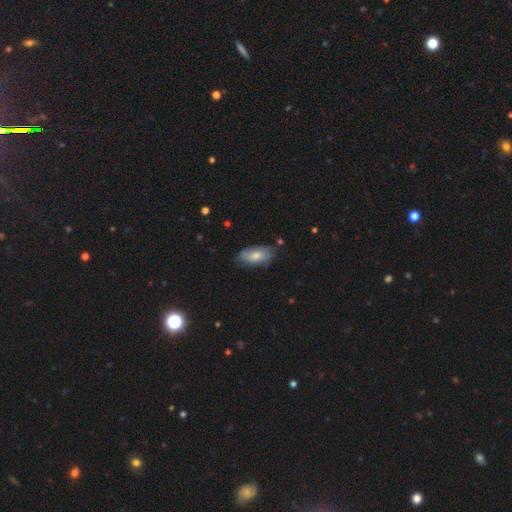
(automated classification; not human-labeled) A smooth galaxy with no disk features (72%) that is in between round and cigar-shaped (91%). Merging: none (68%).